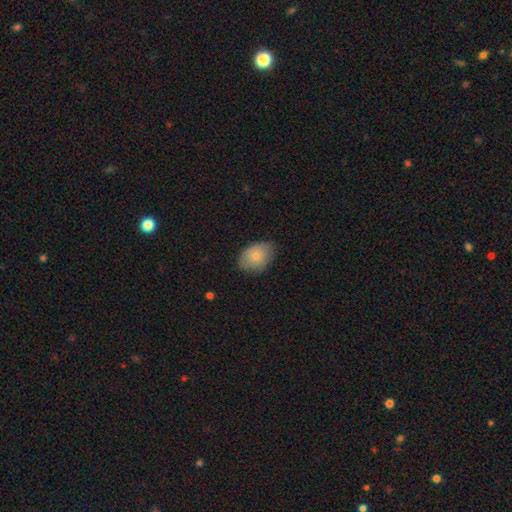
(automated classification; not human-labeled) Smooth or featured?
  - smooth: 79% *
  - featured or disk: 13%
  - star or artifact: 7%
How rounded?
  - in between: 80% *
  - round: 19%
  - cigar-shaped: 1%
Merging?
  - none: 73% *
  - minor disturbance: 22%
  - major disturbance: 4%
  - merger: 1%